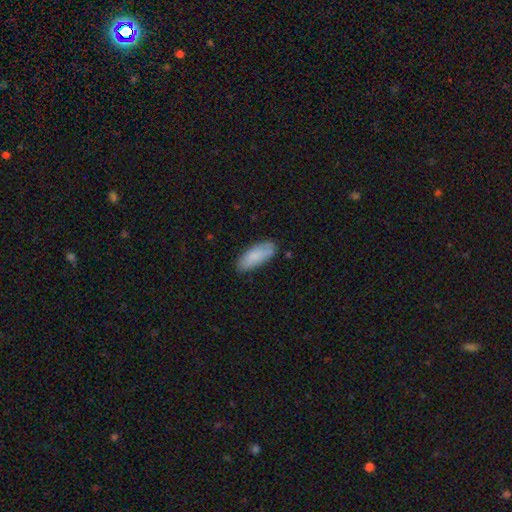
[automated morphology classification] Overall: smooth (83%). How rounded: in between (78%). Merging: none (79%).